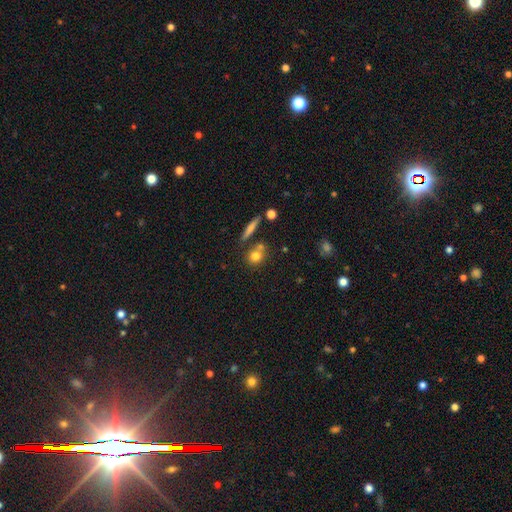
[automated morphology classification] This appears to be a smooth galaxy with no disk features (76%) that is round (77%). Merging: none (63%).